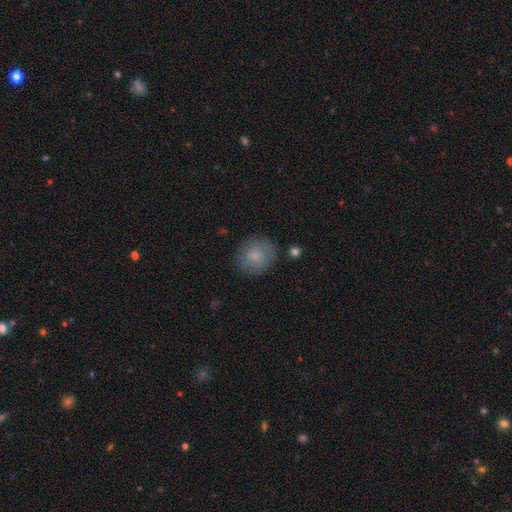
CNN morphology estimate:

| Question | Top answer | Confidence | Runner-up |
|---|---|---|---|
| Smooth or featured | smooth | 81% | featured or disk (11%) |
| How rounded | round | 81% | in between (18%) |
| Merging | none | 81% | minor disturbance (13%) |